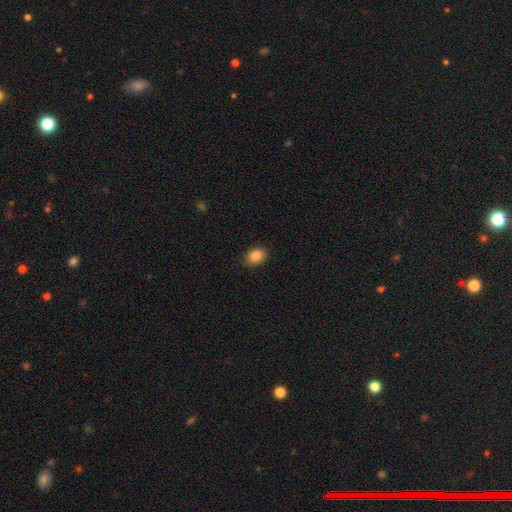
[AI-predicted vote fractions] smooth-or-featured: smooth: 86% | star or artifact: 9% | featured or disk: 5%
  how-rounded: in between: 66% | round: 33% | cigar-shaped: 1%
  merging: none: 88% | minor disturbance: 9% | major disturbance: 2% | merger: 1%